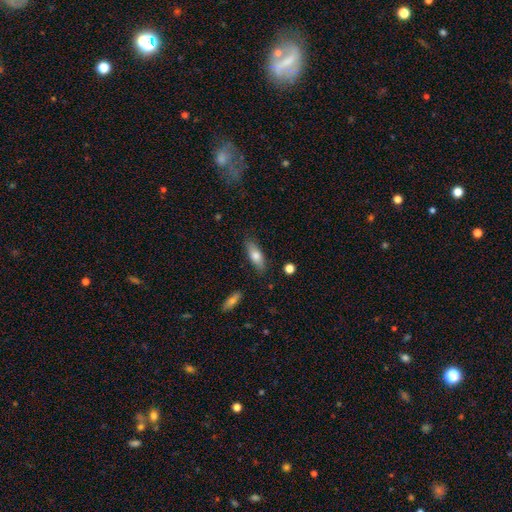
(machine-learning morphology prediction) type=smooth (73%); roundness=in between (64%); merging=none (82%).